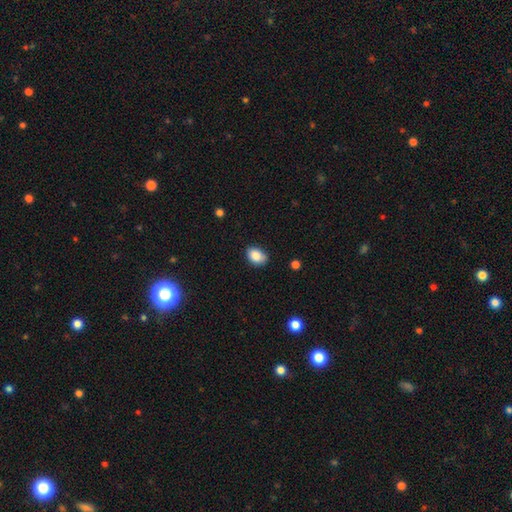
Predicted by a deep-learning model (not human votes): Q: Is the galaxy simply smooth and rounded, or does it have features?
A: smooth — 86%.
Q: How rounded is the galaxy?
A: in between — 77%.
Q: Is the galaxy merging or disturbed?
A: none — 76%.